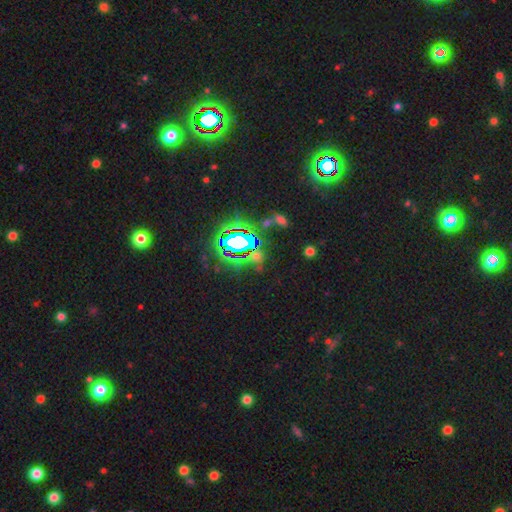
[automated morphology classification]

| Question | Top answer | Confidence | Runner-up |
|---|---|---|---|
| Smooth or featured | star or artifact | 71% | smooth (18%) |